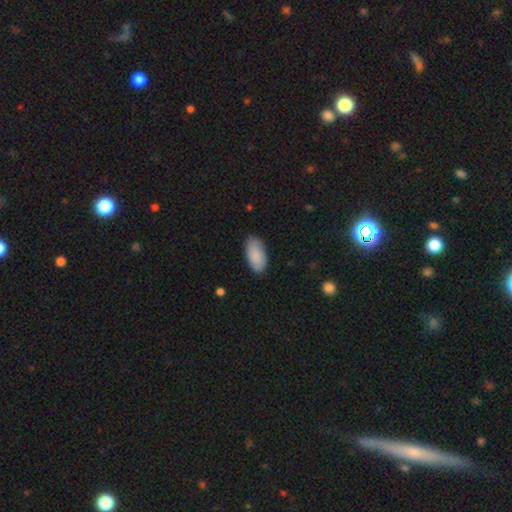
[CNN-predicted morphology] This is clearly a smooth galaxy (88%). How rounded: clearly in between (94%). Merging: clearly none (84%).